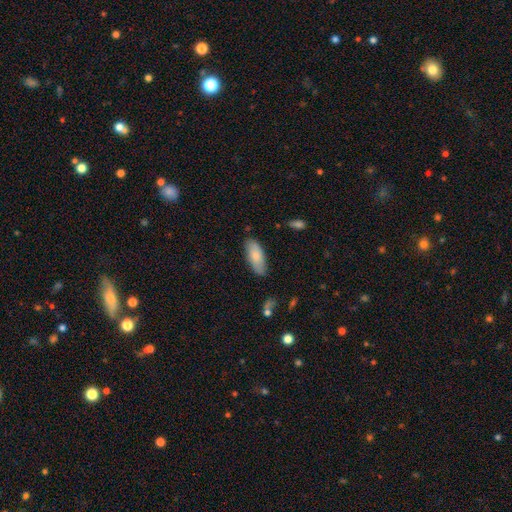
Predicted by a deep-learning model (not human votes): This appears to be a smooth galaxy with no disk features (79%) that is in between round and cigar-shaped (80%). Merging: none (80%).